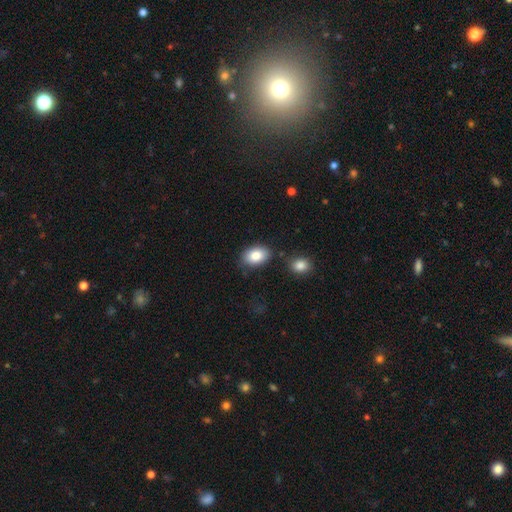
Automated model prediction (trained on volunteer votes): Smooth or featured?
  - smooth: 85% *
  - featured or disk: 8%
  - star or artifact: 7%
How rounded?
  - in between: 88% *
  - round: 11%
  - cigar-shaped: 1%
Merging?
  - none: 79% *
  - minor disturbance: 12%
  - merger: 6%
  - major disturbance: 3%